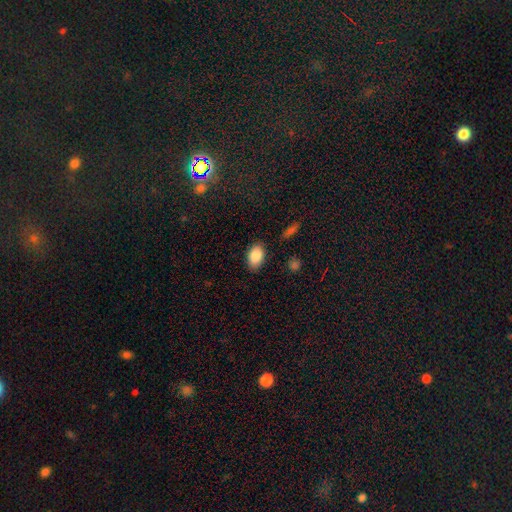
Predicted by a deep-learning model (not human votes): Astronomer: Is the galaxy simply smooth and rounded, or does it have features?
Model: smooth — 88%.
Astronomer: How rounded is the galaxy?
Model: in between — 91%.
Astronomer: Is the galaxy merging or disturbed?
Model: none — 85%.